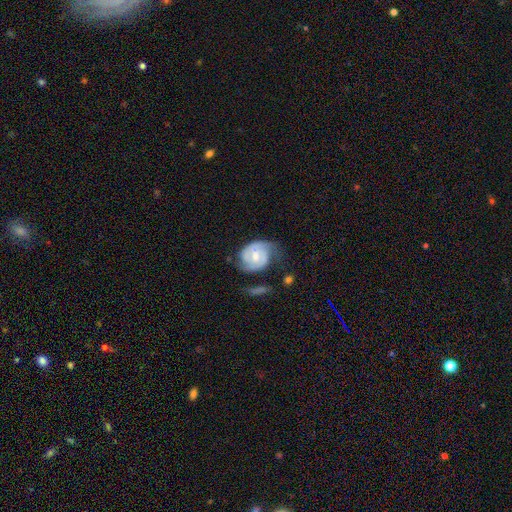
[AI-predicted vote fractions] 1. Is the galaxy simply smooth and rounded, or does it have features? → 76% featured or disk, 19% smooth, 5% star or artifact.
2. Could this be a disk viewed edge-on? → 97% no, 3% yes.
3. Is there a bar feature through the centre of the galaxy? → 52% weak, 35% no, 13% strong.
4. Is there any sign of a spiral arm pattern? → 92% yes, 8% no.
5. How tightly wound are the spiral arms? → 45% tight, 41% medium, 14% loose.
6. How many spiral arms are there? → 71% 2, 14% can't tell, 7% 3, 4% 1, 2% 4, 2% more than 4.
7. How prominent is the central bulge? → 53% moderate, 40% small, 3% none, 3% large, 1% dominant.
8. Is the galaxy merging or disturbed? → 51% none, 28% minor disturbance, 17% major disturbance, 4% merger.